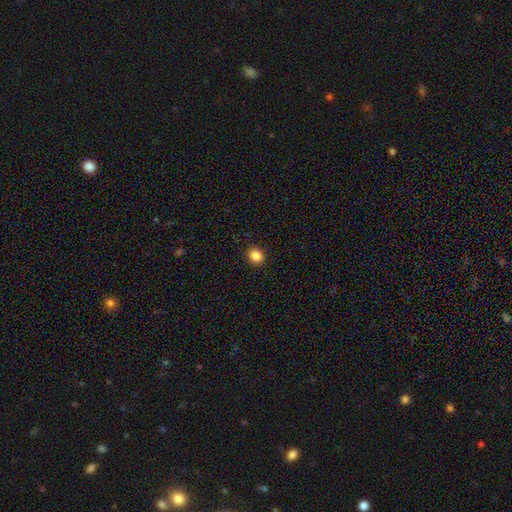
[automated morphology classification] The model was most divided on "how rounded": round: 75%, in between: 24%, cigar-shaped: 1%. More confident: merging — none (91%); smooth or featured — smooth (85%).